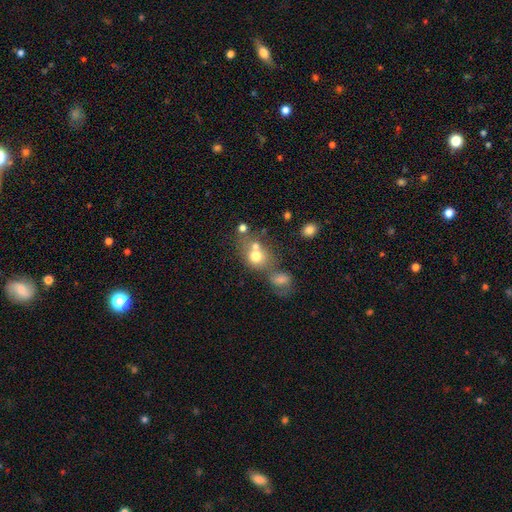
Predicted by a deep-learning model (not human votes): Morphology: type=smooth (69%); roundness=round (68%); merging=merger (46%).